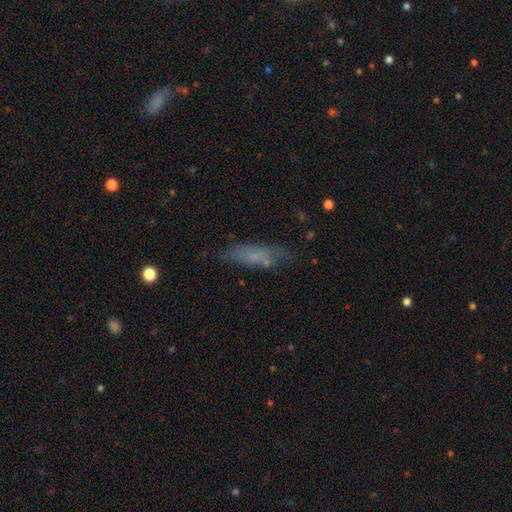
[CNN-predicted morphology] type=smooth (59%); roundness=cigar-shaped (65%); merging=none (66%).